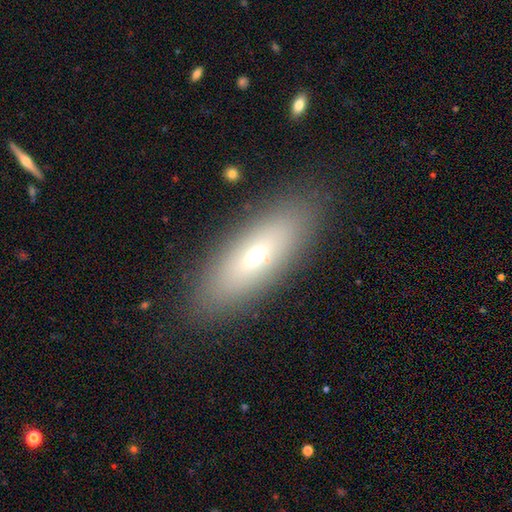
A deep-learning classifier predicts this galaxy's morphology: A smooth galaxy with no disk features (60%) that is in between round and cigar-shaped (58%).

Vote fractions:
- Smooth or featured? smooth: 60% / featured or disk: 30% / star or artifact: 10%
- How rounded? in between: 58% / cigar-shaped: 39% / round: 3%
- Merging? none: 87% / minor disturbance: 8% / major disturbance: 3% / merger: 1%